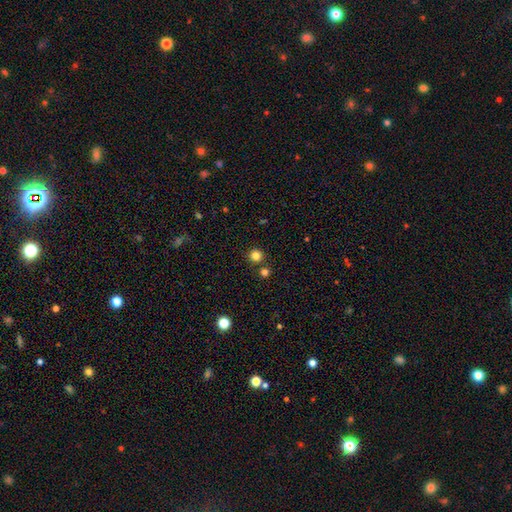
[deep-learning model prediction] A smooth galaxy with no disk features (82%) that is round (94%). Merging: none (84%).